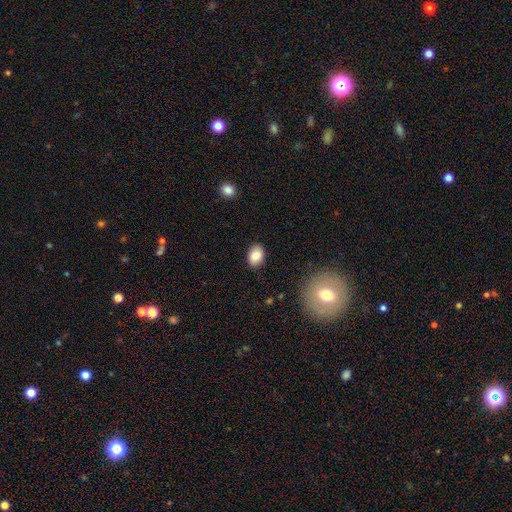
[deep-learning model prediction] Smooth or featured: smooth — 85% (star or artifact — 8%)
How rounded: in between — 72% (round — 27%)
Merging: none — 88% (minor disturbance — 9%)